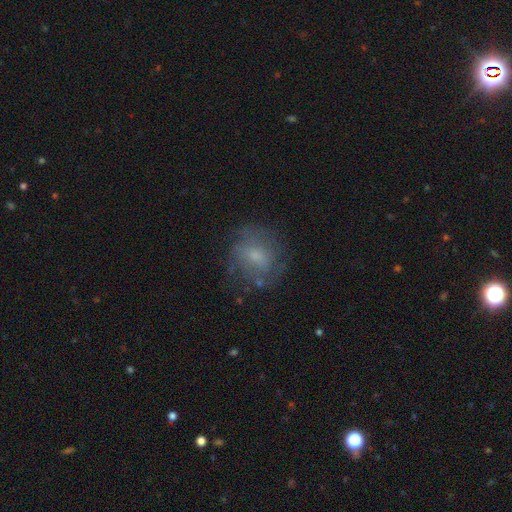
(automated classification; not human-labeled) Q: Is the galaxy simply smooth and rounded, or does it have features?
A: smooth — 48%.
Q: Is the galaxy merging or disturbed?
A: none — 66%.